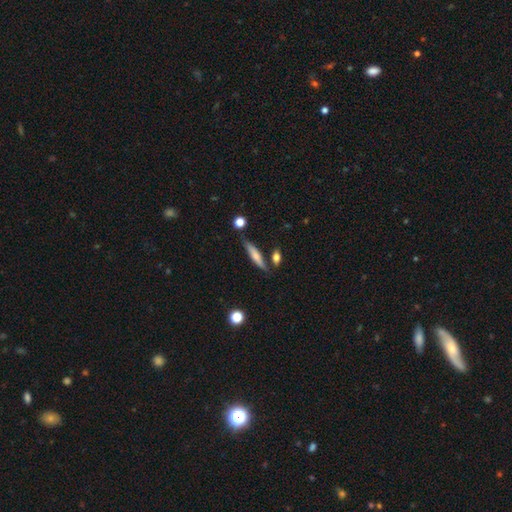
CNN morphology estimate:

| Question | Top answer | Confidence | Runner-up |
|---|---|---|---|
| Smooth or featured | smooth | 60% | featured or disk (33%) |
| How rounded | cigar-shaped | 84% | in between (14%) |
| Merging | none | 75% | minor disturbance (14%) |